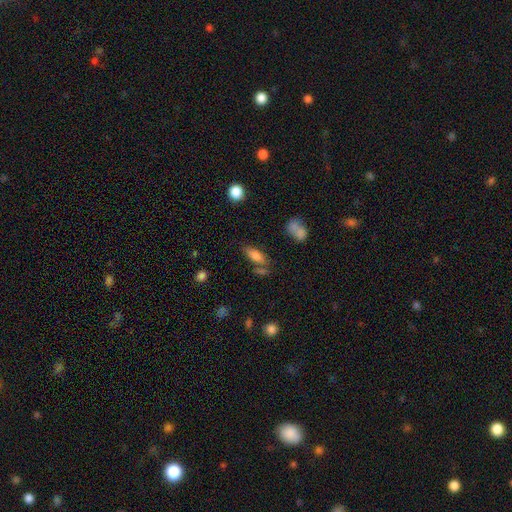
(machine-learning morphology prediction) smooth_or_featured: smooth (p=0.77) [alt: featured or disk p=0.14]
how_rounded: in between (p=0.75) [alt: cigar-shaped p=0.22]
merging: none (p=0.62) [alt: minor disturbance p=0.17]